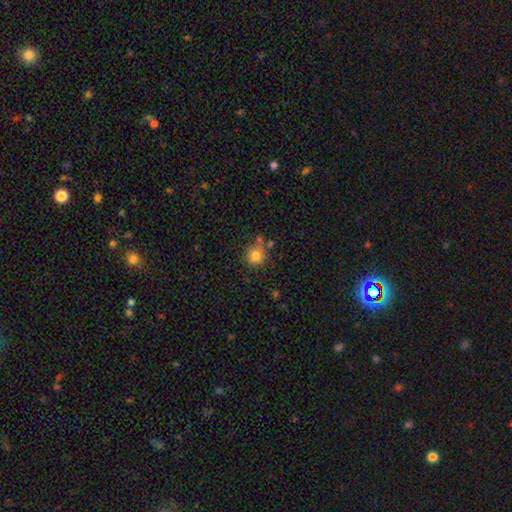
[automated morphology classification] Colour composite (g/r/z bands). It shows a smooth galaxy with no disk features (79%) that is round (88%). Merging: none (66%).